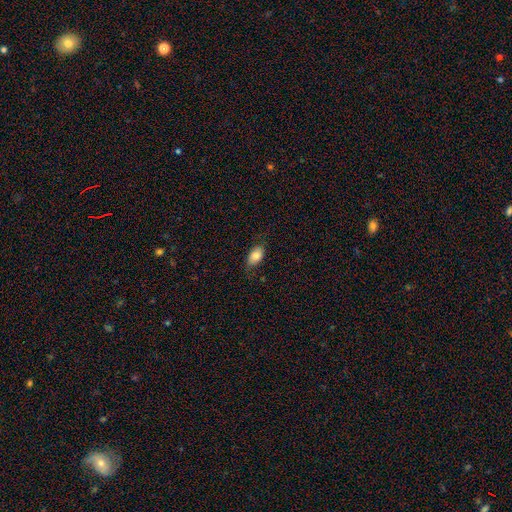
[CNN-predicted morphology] Smooth or featured?
  - smooth: 79% *
  - featured or disk: 13%
  - star or artifact: 8%
How rounded?
  - in between: 91% *
  - round: 7%
  - cigar-shaped: 2%
Merging?
  - none: 76% *
  - minor disturbance: 19%
  - major disturbance: 4%
  - merger: 1%